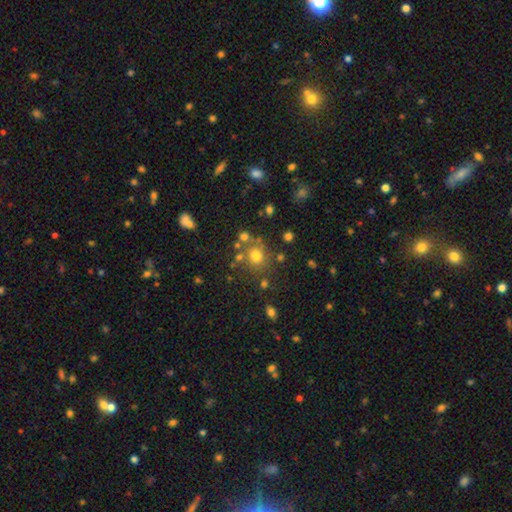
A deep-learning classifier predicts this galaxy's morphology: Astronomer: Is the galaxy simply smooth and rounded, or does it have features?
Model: smooth — 70%.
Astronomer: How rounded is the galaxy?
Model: round — 84%.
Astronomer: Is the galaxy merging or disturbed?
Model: none — 70%.